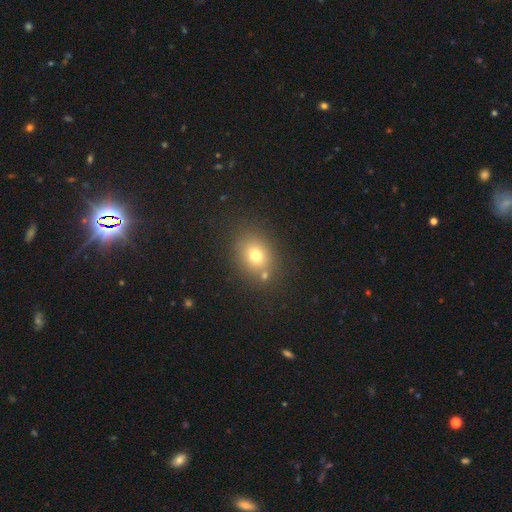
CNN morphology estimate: Q: Smooth or featured?
A: smooth (74%); runner-up: star or artifact (15%)
Q: How rounded?
A: round (51%); runner-up: in between (48%)
Q: Merging?
A: none (75%); runner-up: minor disturbance (11%)